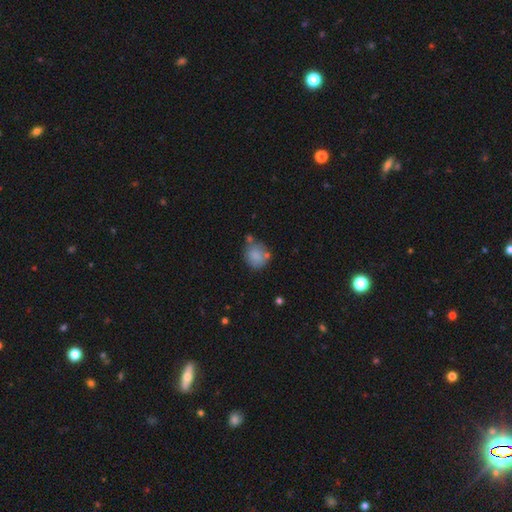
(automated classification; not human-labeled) Q: Smooth or featured?
A: smooth (80%); runner-up: featured or disk (11%)
Q: How rounded?
A: round (78%); runner-up: in between (21%)
Q: Merging?
A: none (56%); runner-up: minor disturbance (21%)